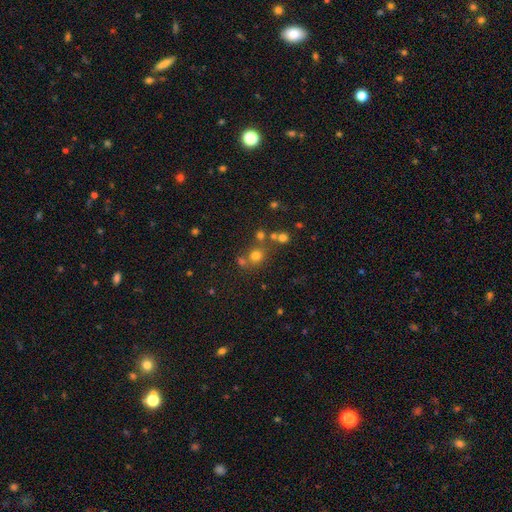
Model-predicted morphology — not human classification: Overall: smooth (69%). How rounded: round (84%). Merging: none (65%).